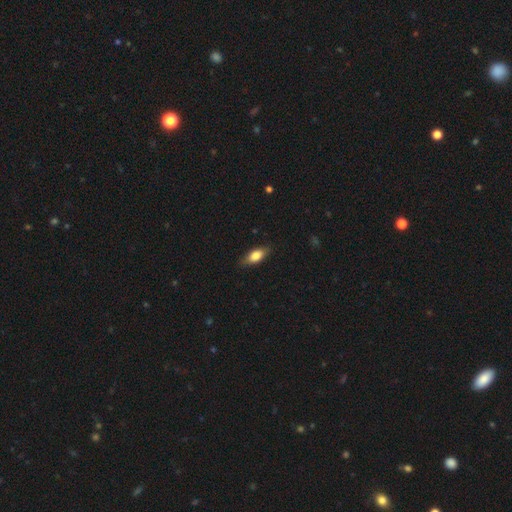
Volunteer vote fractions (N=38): A smooth galaxy with no disk features (63%) that is in between round and cigar-shaped (83%).

Vote fractions:
- Smooth or featured? smooth: 63% / featured or disk: 34% / star or artifact: 3%
- How rounded? in between: 83% / cigar-shaped: 17% / round: 0%
- Merging? none: 84% / minor disturbance: 11% / major disturbance: 5% / merger: 0%